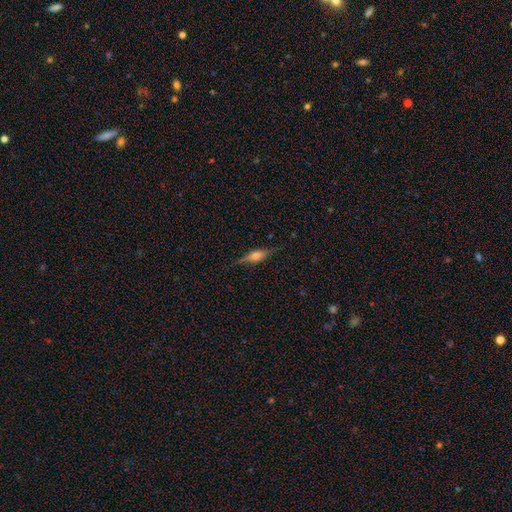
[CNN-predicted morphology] A featured or disk galaxy (64%) viewed edge-on (96%) with a rounded central bulge (83%).

Vote fractions:
- Smooth or featured? featured or disk: 64% / smooth: 27% / star or artifact: 8%
- Edge-on disk? yes: 96% / no: 4%
- Edge-on bulge? rounded: 83% / boxy: 14% / none: 3%
- Merging? none: 83% / minor disturbance: 13% / major disturbance: 3% / merger: 1%